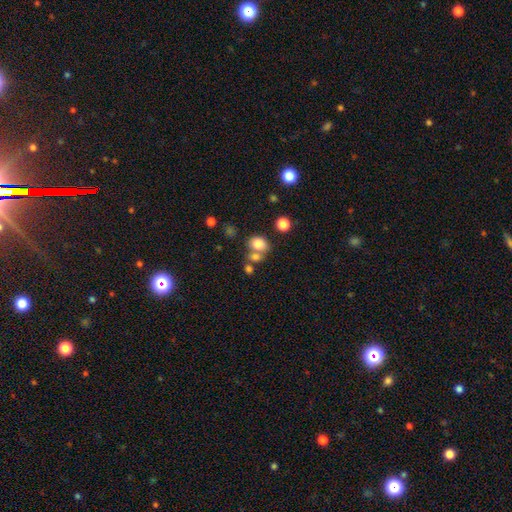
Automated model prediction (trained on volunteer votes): Smooth or featured? smooth (70%)
How rounded? round (63%)
Merging? none (52%)